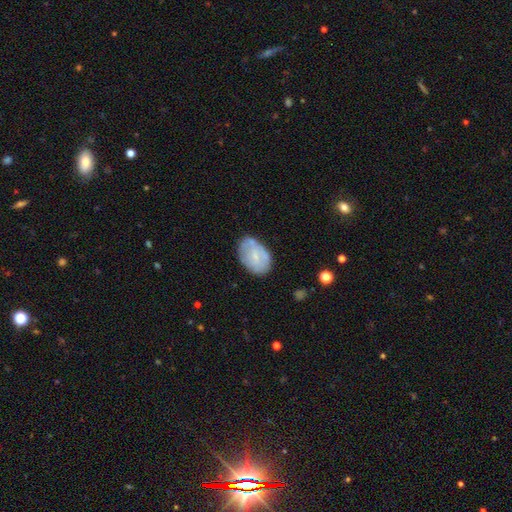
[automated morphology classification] smooth 55%, featured or disk 38%, star or artifact 7%. Down the decision tree: how rounded — in between (86%); merging — none (62%).